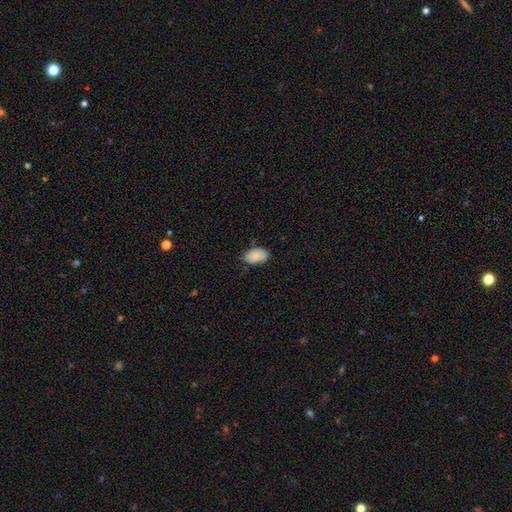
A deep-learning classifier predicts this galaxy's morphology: This appears to be a smooth galaxy with no disk features (82%) that is in between round and cigar-shaped (92%). Merging: none (62%).